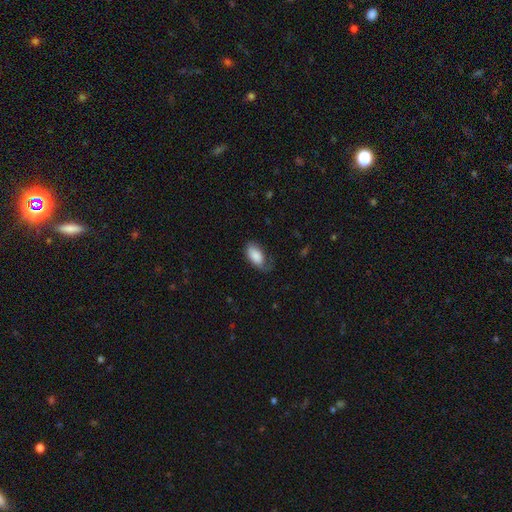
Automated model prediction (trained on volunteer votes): Q: Smooth or featured?
A: smooth (81%); runner-up: featured or disk (12%)
Q: How rounded?
A: in between (94%); runner-up: cigar-shaped (3%)
Q: Merging?
A: none (47%); runner-up: minor disturbance (31%)